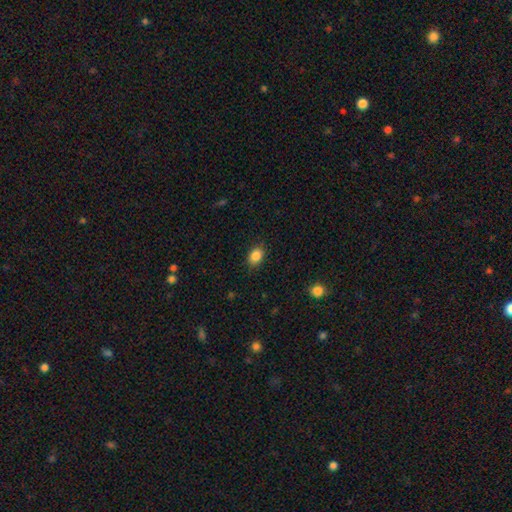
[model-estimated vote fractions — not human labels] smooth-or-featured: smooth: 87% | star or artifact: 9% | featured or disk: 4%
  how-rounded: in between: 67% | round: 32% | cigar-shaped: 1%
  merging: none: 85% | minor disturbance: 11% | major disturbance: 3% | merger: 1%